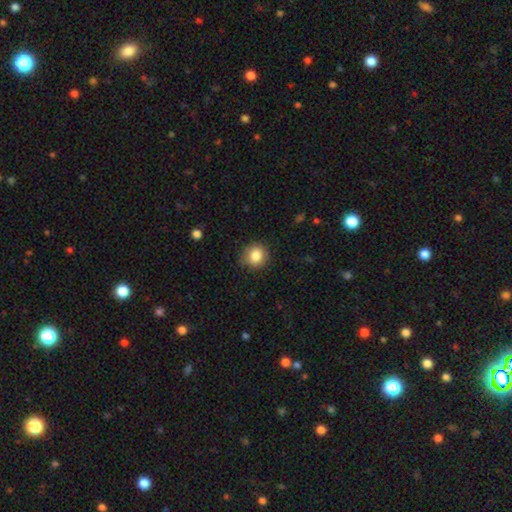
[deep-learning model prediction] Overall: smooth (84%). How rounded: round (88%). Merging: none (85%).